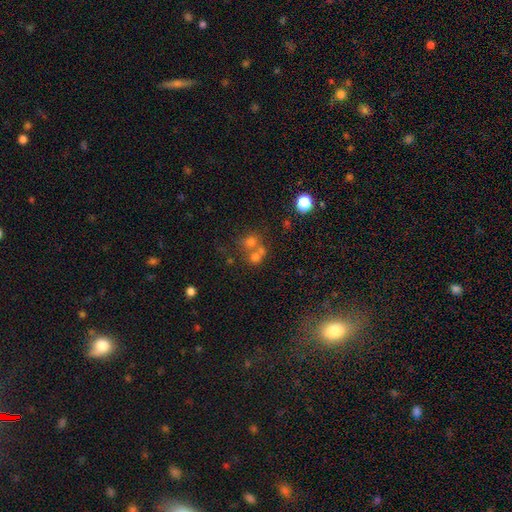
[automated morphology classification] The model was most divided on "merging": merger: 50%, none: 38%, minor disturbance: 7%, major disturbance: 5%. More confident: how rounded — round (79%); smooth or featured — smooth (55%).